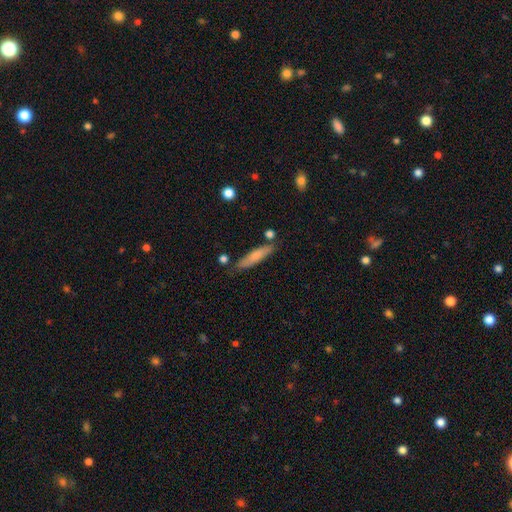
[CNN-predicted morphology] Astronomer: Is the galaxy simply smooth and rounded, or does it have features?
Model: smooth — 70%.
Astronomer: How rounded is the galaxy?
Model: cigar-shaped — 83%.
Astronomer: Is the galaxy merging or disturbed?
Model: none — 78%.